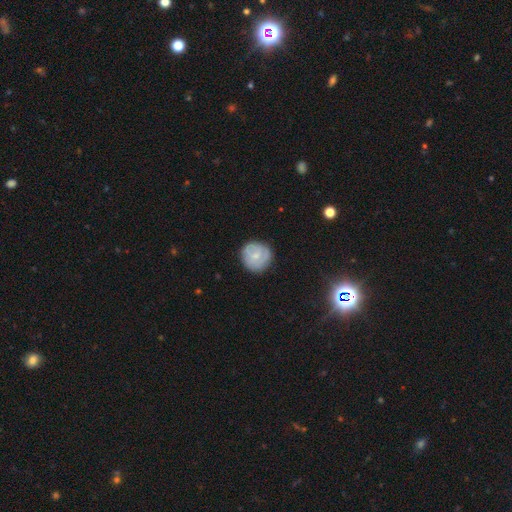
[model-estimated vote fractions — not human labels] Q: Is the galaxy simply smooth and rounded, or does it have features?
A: smooth — 60%.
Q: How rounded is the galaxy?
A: round — 93%.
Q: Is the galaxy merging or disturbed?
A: none — 82%.